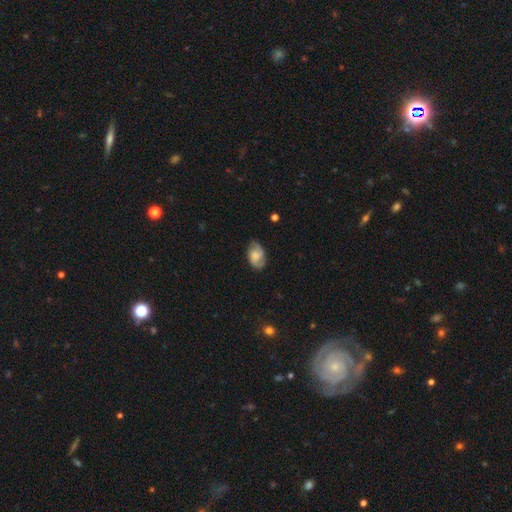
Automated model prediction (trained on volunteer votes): A smooth galaxy with no disk features (47%).

Vote fractions:
- Smooth or featured? smooth: 47% / featured or disk: 45% / star or artifact: 8%
- Merging? none: 69% / minor disturbance: 23% / major disturbance: 6% / merger: 1%